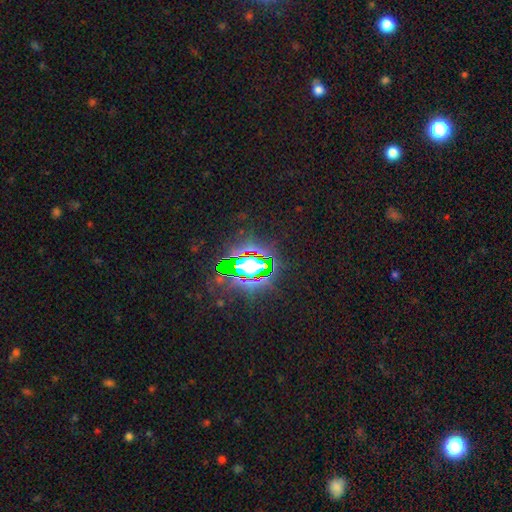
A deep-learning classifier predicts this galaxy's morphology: A star or artifact, not a galaxy (83%).

Vote fractions:
- Smooth or featured? star or artifact: 83% / smooth: 9% / featured or disk: 7%